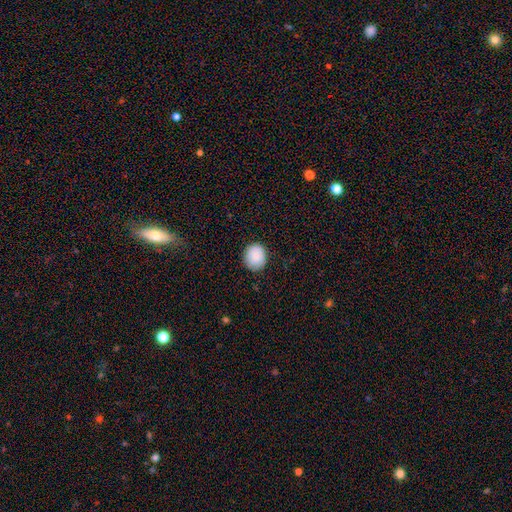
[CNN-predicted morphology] smooth-or-featured: smooth: 84% | featured or disk: 9% | star or artifact: 7%
  how-rounded: round: 71% | in between: 28% | cigar-shaped: 1%
  merging: none: 85% | minor disturbance: 11% | major disturbance: 2% | merger: 1%